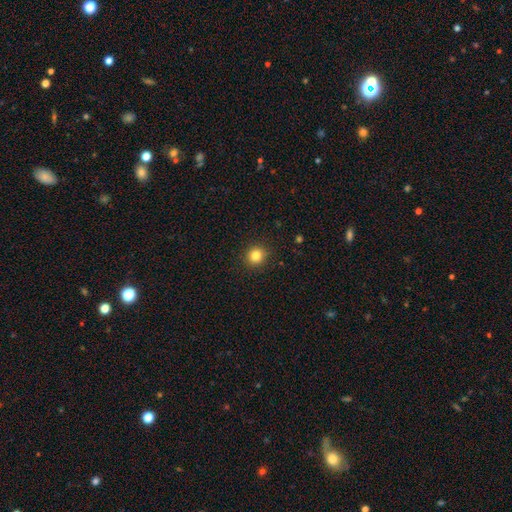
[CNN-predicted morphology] Smooth or featured: smooth — 83% (star or artifact — 12%)
How rounded: round — 90% (in between — 9%)
Merging: none — 91% (minor disturbance — 6%)